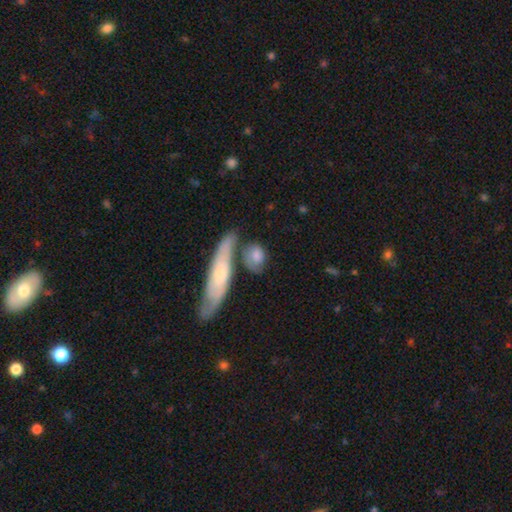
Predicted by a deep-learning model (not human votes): Smooth or featured: smooth — 71% (featured or disk — 23%)
How rounded: in between — 51% (round — 32%)
Merging: none — 52% (merger — 21%)